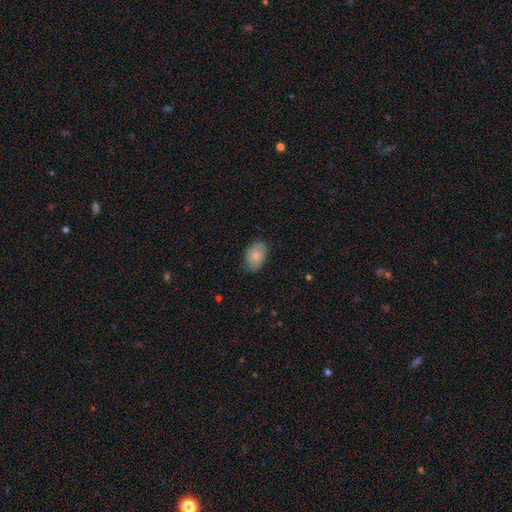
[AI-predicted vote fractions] smooth 80%, featured or disk 13%, star or artifact 7%. Down the decision tree: how rounded — in between (85%); merging — none (74%).